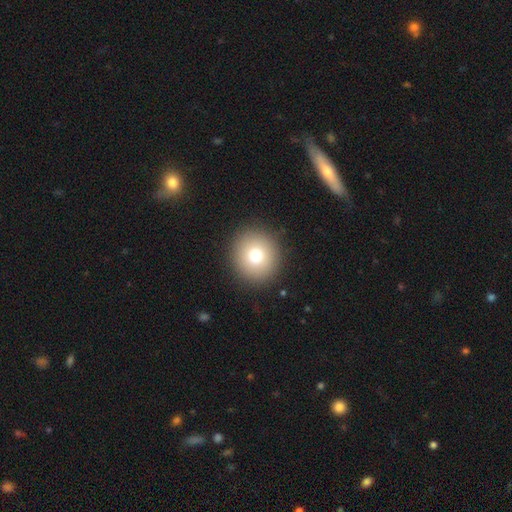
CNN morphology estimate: This is likely a smooth galaxy (79%). How rounded: clearly round (88%). Merging: clearly none (91%).